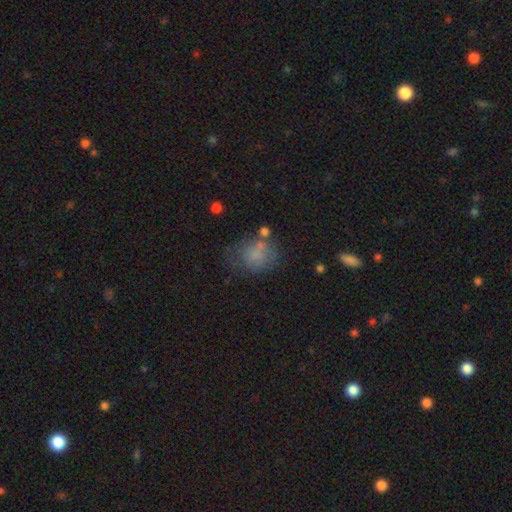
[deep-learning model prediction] Smooth or featured: smooth — 69% (featured or disk — 17%)
How rounded: round — 59% (in between — 39%)
Merging: none — 48% (minor disturbance — 26%)